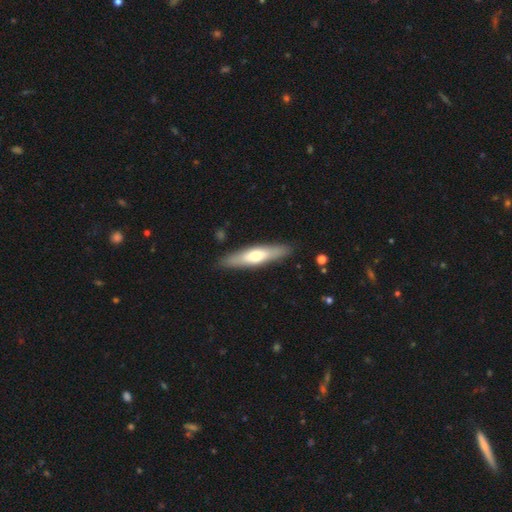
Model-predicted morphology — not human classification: Overall: smooth (52%; featured or disk 43%). How rounded: cigar-shaped (77%). Merging: none (89%).